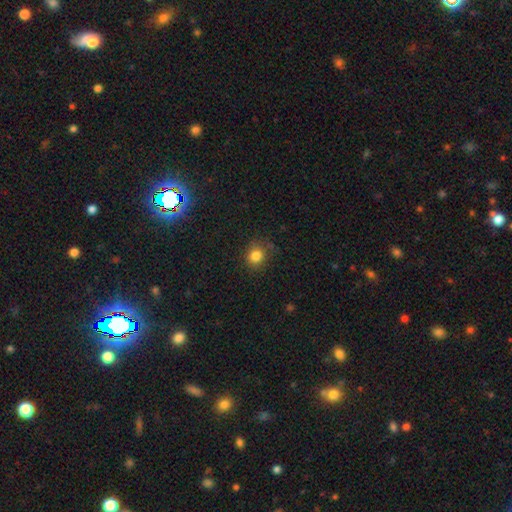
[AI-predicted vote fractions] A smooth galaxy with no disk features (82%) that is round (80%).

Vote fractions:
- Smooth or featured? smooth: 82% / star or artifact: 12% / featured or disk: 5%
- How rounded? round: 80% / in between: 19% / cigar-shaped: 1%
- Merging? none: 79% / minor disturbance: 15% / major disturbance: 4% / merger: 2%